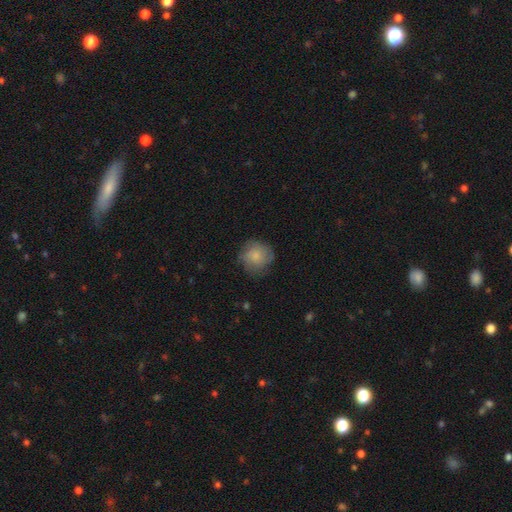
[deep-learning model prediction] smooth 74%, featured or disk 19%, star or artifact 7%. Down the decision tree: how rounded — round (90%); merging — none (74%).